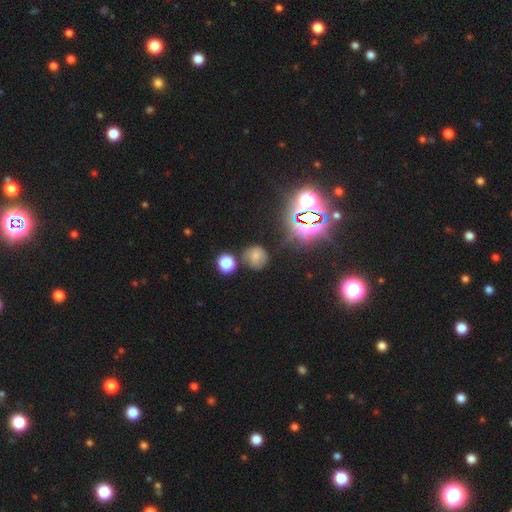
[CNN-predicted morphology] Smooth or featured: smooth — 60% (star or artifact — 25%)
How rounded: round — 85% (in between — 14%)
Merging: none — 70% (minor disturbance — 17%)